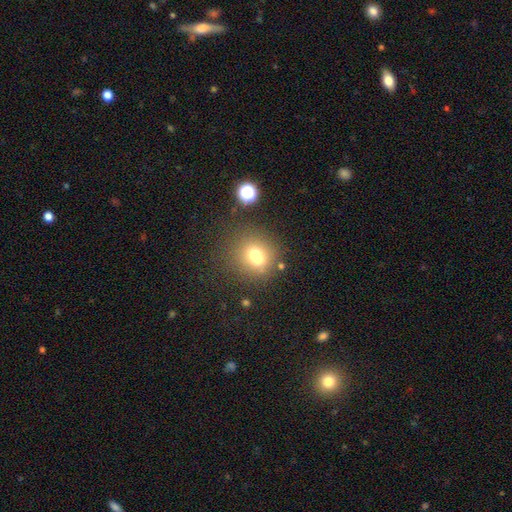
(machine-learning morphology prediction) Smooth or featured?
  - smooth: 71% *
  - featured or disk: 15%
  - star or artifact: 15%
How rounded?
  - round: 57% *
  - in between: 40%
  - cigar-shaped: 2%
Merging?
  - none: 69% *
  - minor disturbance: 14%
  - merger: 10%
  - major disturbance: 7%